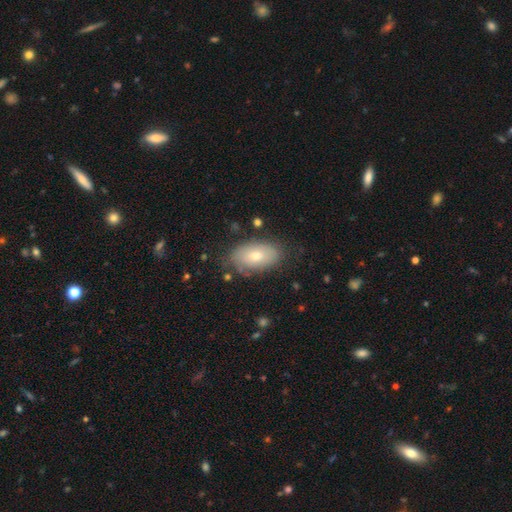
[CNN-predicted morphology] Q: Smooth or featured?
A: smooth (68%); runner-up: featured or disk (25%)
Q: How rounded?
A: in between (93%); runner-up: round (6%)
Q: Merging?
A: none (76%); runner-up: minor disturbance (18%)